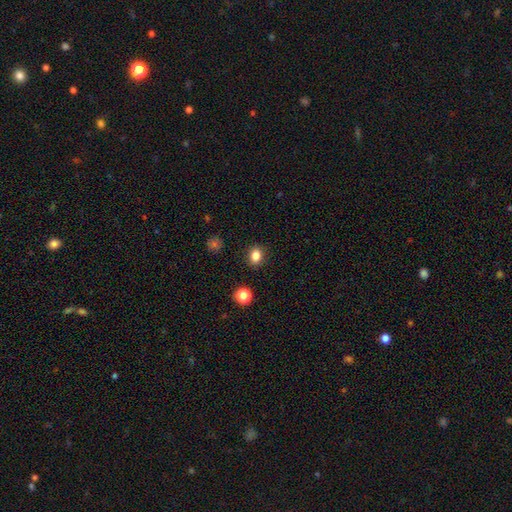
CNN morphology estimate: Smooth or featured? Predicted: smooth (p=0.83). How rounded? Predicted: in between (p=0.51). Merging? Predicted: none (p=0.89).